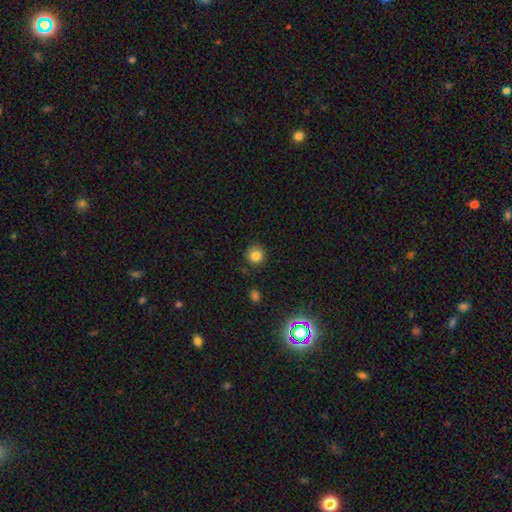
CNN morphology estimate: Smooth or featured? Predicted: smooth (p=0.81). How rounded? Predicted: round (p=0.93). Merging? Predicted: none (p=0.88).